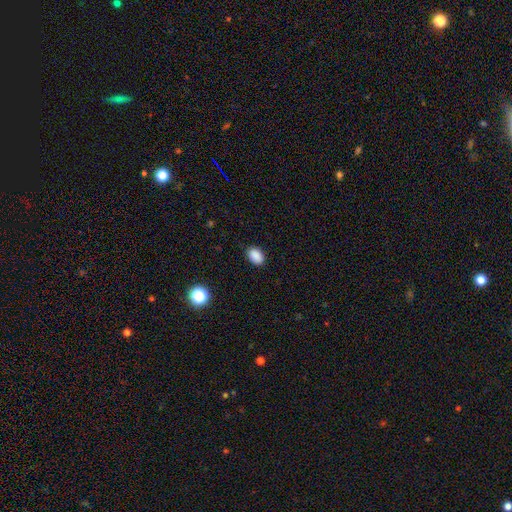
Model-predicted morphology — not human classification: A smooth galaxy with no disk features (88%) that is in between round and cigar-shaped (83%).

Vote fractions:
- Smooth or featured? smooth: 88% / star or artifact: 9% / featured or disk: 3%
- How rounded? in between: 83% / round: 16% / cigar-shaped: 1%
- Merging? none: 87% / minor disturbance: 10% / major disturbance: 2% / merger: 1%